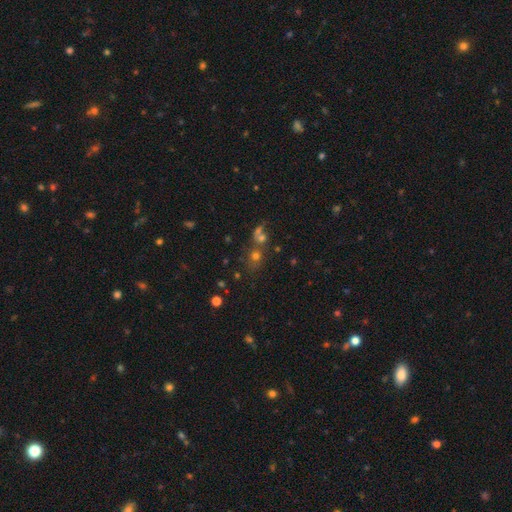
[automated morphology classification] Q: Smooth or featured?
A: smooth (52%); runner-up: star or artifact (34%)
Q: How rounded?
A: round (82%); runner-up: in between (17%)
Q: Merging?
A: none (50%); runner-up: merger (36%)